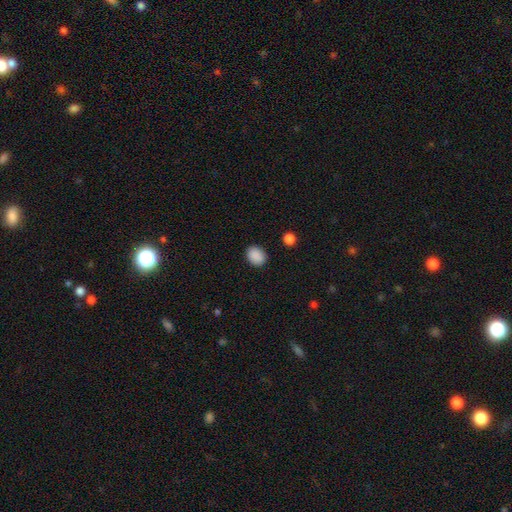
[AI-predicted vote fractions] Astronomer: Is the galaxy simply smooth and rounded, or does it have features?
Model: smooth — 89%.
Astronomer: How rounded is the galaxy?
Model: in between — 58% (runner-up: round, 41%).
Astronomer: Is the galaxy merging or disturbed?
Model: none — 88%.